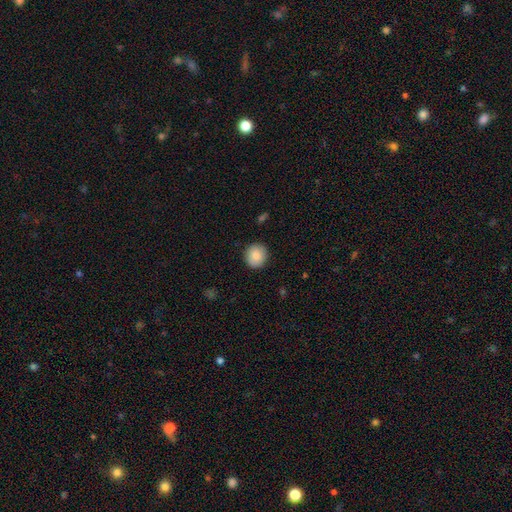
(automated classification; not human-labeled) Smooth or featured? smooth (85%)
How rounded? round (91%)
Merging? none (90%)